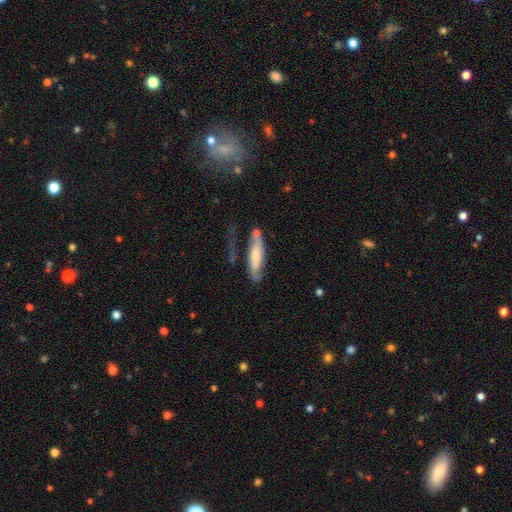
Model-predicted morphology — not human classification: This is possibly a featured or disk galaxy (51%). It is likely not viewed edge-on (63%). Merging: marginally none (37%).